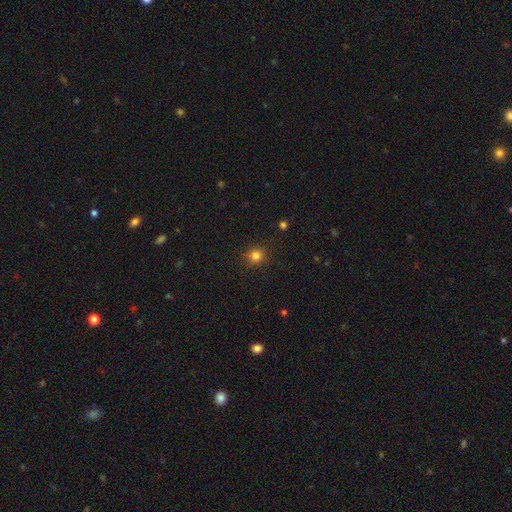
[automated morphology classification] This appears to be a smooth galaxy with no disk features (81%) that is round (91%). Merging: none (87%).